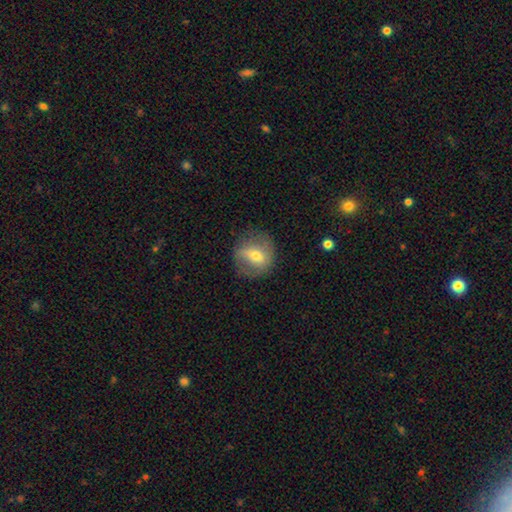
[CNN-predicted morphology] Smooth or featured? smooth (50%)
How rounded? round (74%)
Merging? none (72%)